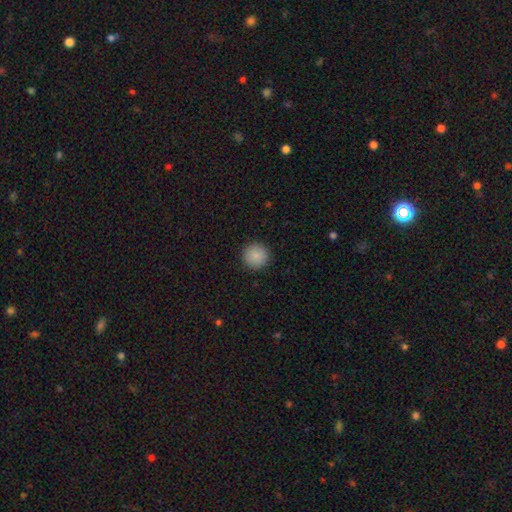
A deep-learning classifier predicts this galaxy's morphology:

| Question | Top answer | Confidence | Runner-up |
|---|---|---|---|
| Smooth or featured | smooth | 88% | star or artifact (8%) |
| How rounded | round | 96% | in between (3%) |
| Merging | none | 92% | minor disturbance (5%) |